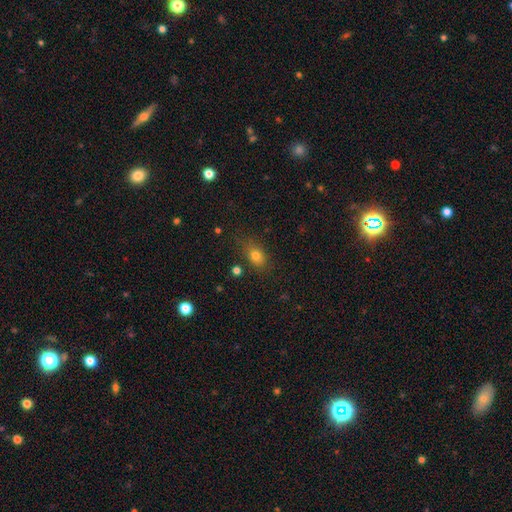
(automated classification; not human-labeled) Overall: smooth (77%). How rounded: in between (69%). Merging: none (76%).